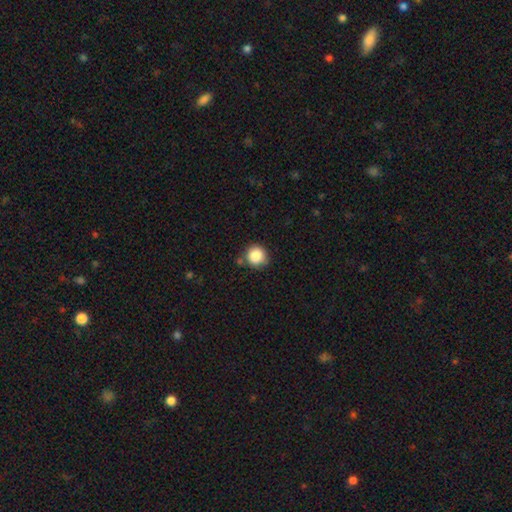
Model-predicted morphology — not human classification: The model was most divided on "merging": none: 75%, minor disturbance: 16%, merger: 6%, major disturbance: 4%. More confident: how rounded — round (90%); smooth or featured — smooth (87%).